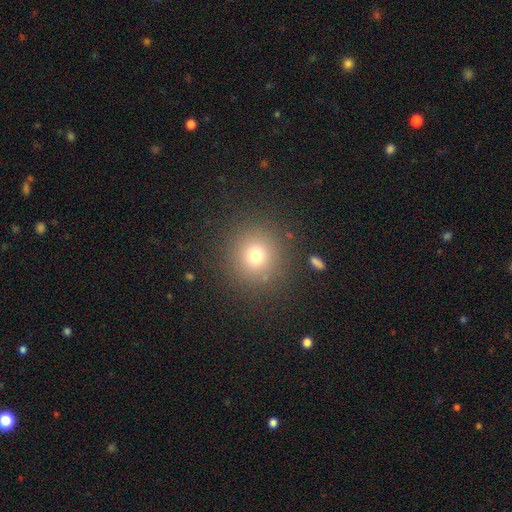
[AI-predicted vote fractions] smooth 73%, star or artifact 17%, featured or disk 10%. Down the decision tree: how rounded — round (92%); merging — none (87%).